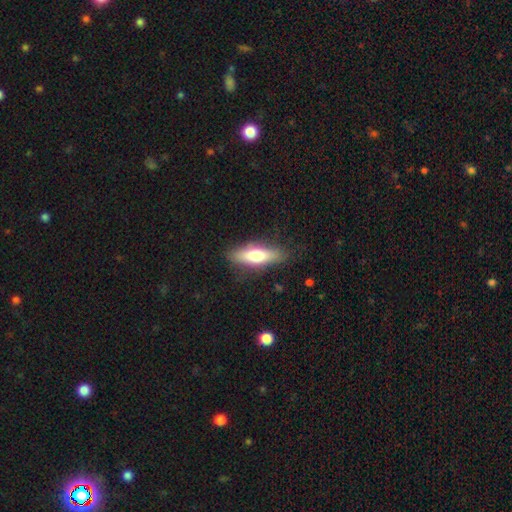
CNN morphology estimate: smooth_or_featured: smooth (p=0.67) [alt: featured or disk p=0.27]
how_rounded: cigar-shaped (p=0.52) [alt: in between p=0.46]
merging: none (p=0.82) [alt: minor disturbance p=0.13]